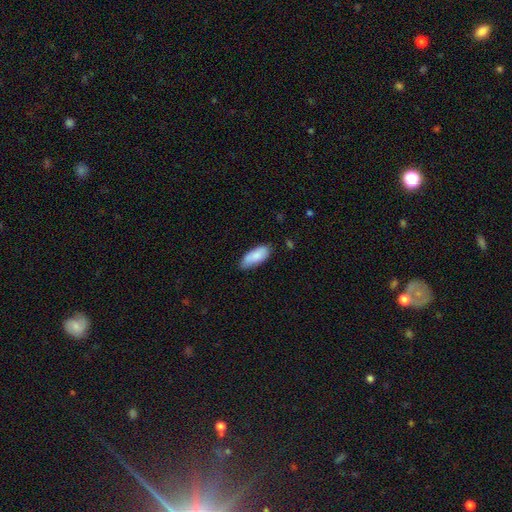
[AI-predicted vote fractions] Smooth or featured: smooth — 85% (featured or disk — 10%)
How rounded: in between — 82% (cigar-shaped — 16%)
Merging: none — 73% (minor disturbance — 23%)